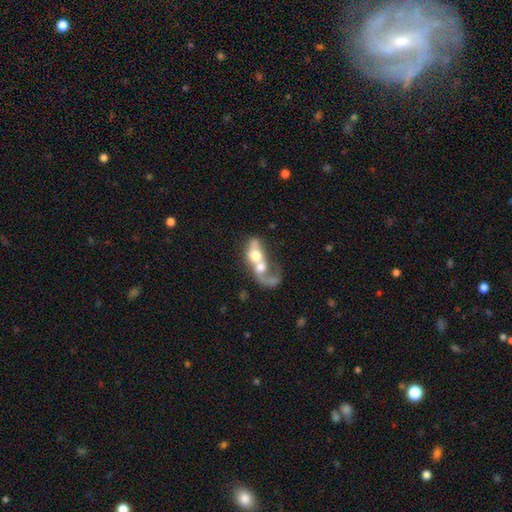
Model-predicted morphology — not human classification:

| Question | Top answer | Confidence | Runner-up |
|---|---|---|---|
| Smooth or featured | featured or disk | 48% | smooth (44%) |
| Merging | merger | 77% | major disturbance (12%) |